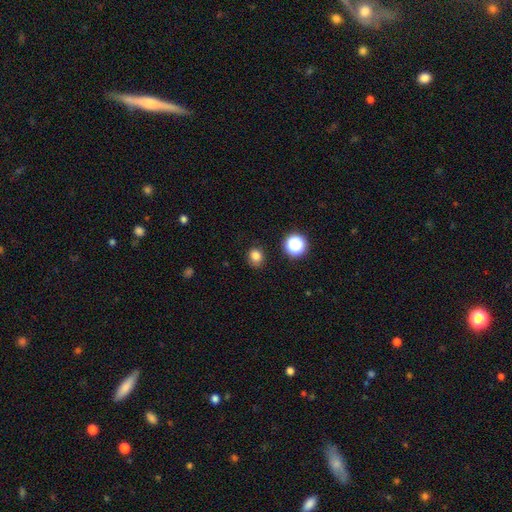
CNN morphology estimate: This is clearly a smooth galaxy (81%). How rounded: likely round (69%). Merging: clearly none (81%).